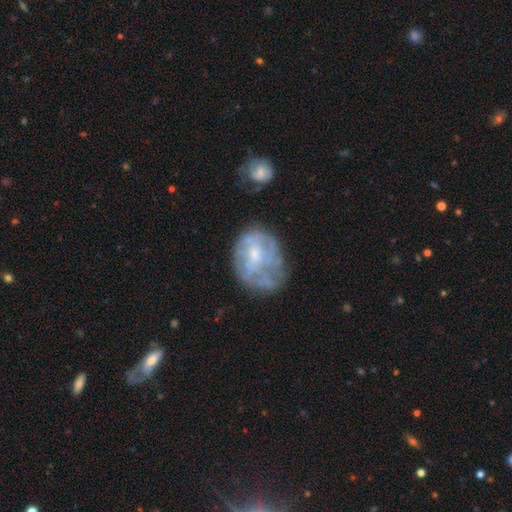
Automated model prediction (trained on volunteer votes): This is likely a featured or disk galaxy (60%). It is clearly not viewed edge-on (97%). Bar: likely no (73%). Spiral arm pattern: likely no (61%). Central bulge: possibly small (50%). Merging: possibly none (49%).